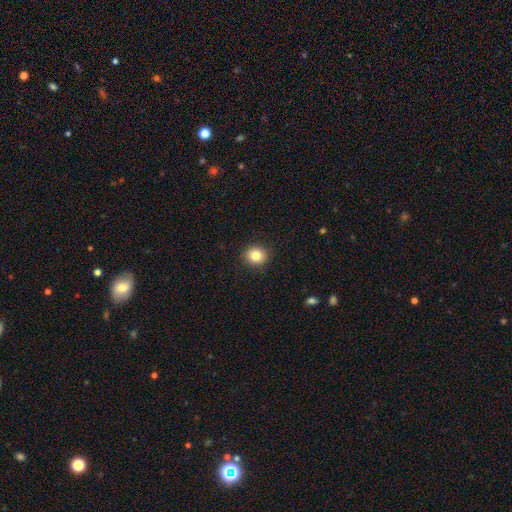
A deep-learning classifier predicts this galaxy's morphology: Overall: smooth (82%). How rounded: round (86%). Merging: none (91%).